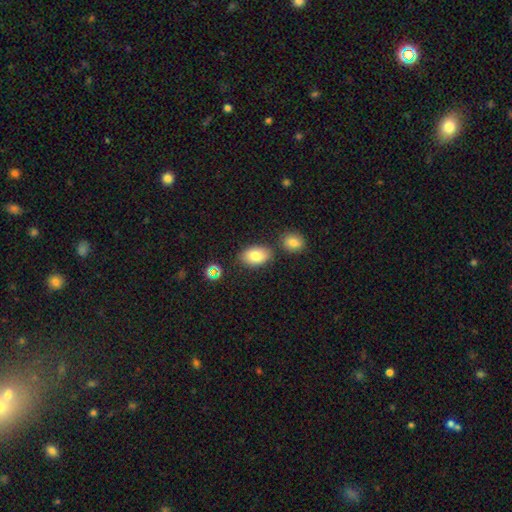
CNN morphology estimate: The model was most divided on "merging": none: 77%, minor disturbance: 12%, merger: 9%, major disturbance: 3%. More confident: how rounded — in between (89%); smooth or featured — smooth (82%).